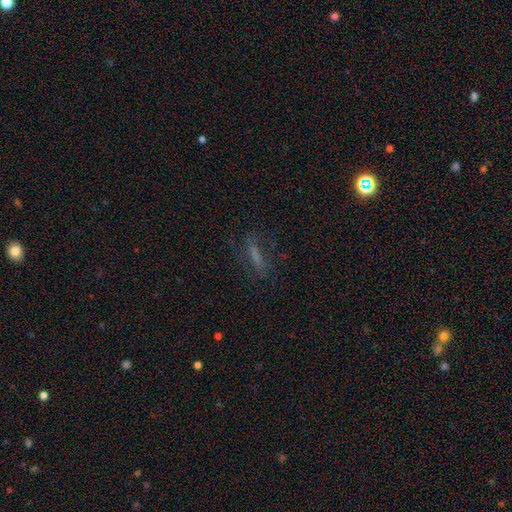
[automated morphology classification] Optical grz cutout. It shows a smooth galaxy with no disk features (48%). Merging: none (73%).